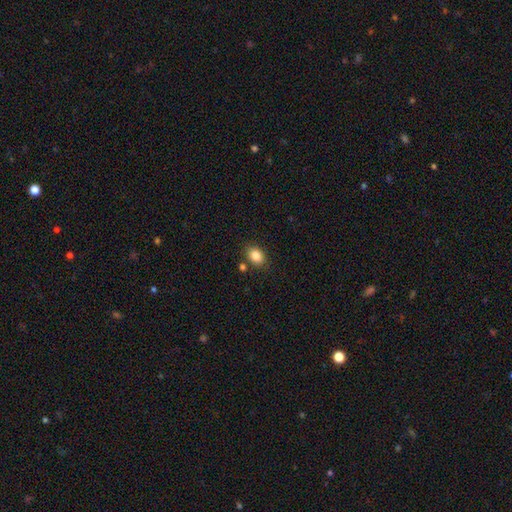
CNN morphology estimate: This appears to be a smooth galaxy with no disk features (85%) that is in between round and cigar-shaped (72%). Merging: none (81%).